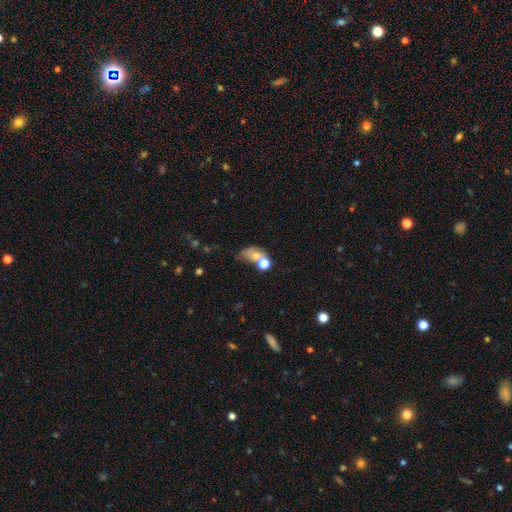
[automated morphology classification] A smooth galaxy with no disk features (61%) that is in between round and cigar-shaped (68%). Merging: merger (38%).